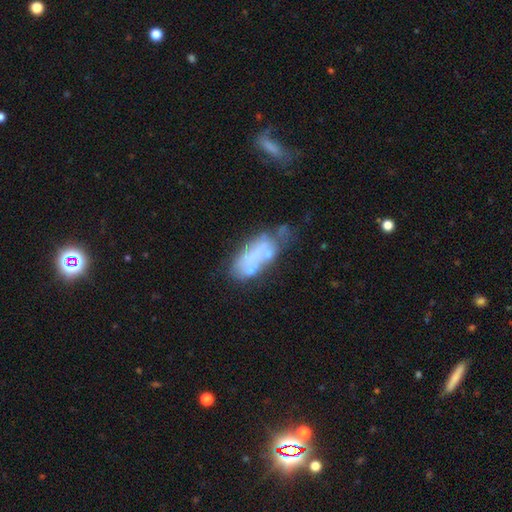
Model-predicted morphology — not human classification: Smooth or featured?
  - smooth: 44% * (tied)
  - featured or disk: 44% * (tied)
  - star or artifact: 12%
Merging?
  - none: 33% *
  - minor disturbance: 24%
  - merger: 22%
  - major disturbance: 21%